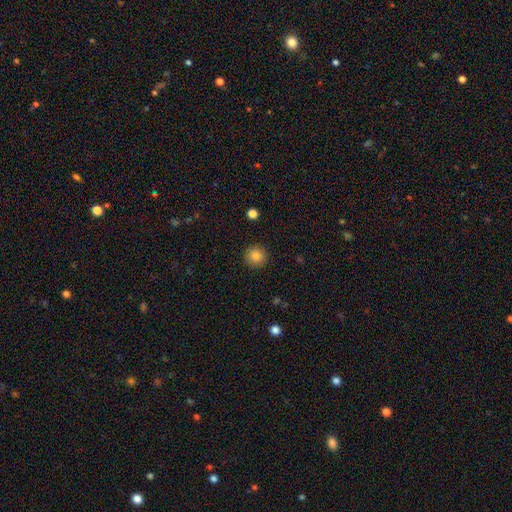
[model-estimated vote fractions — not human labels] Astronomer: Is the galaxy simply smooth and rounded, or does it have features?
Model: smooth — 85%.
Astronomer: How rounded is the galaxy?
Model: round — 94%.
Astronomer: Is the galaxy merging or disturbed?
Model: none — 91%.